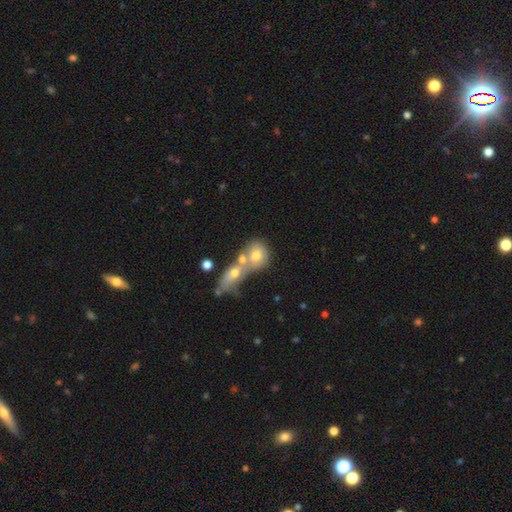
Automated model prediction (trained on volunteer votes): smooth 62%, featured or disk 27%, star or artifact 11%. Down the decision tree: how rounded — round (62%); merging — merger (64%).